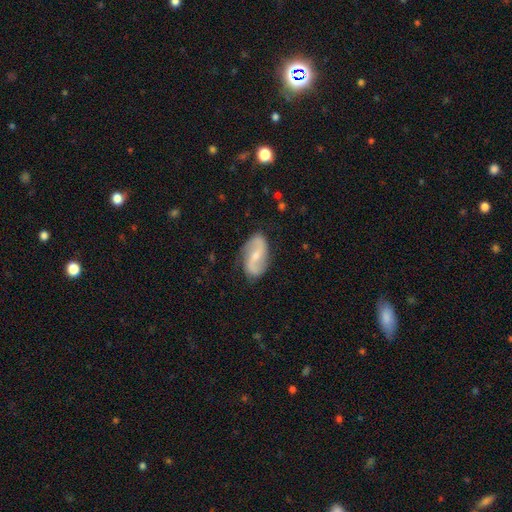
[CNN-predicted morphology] A featured or disk galaxy (82%) with a weak bar (43%), 2 (92%) loose (58%) spiral arms (94%) and a small central bulge (58%).

Vote fractions:
- Smooth or featured? featured or disk: 82% / smooth: 13% / star or artifact: 5%
- Edge-on disk? no: 96% / yes: 4%
- Bar? weak: 43% / no: 32% / strong: 25%
- Spiral arms? yes: 94% / no: 6%
- Spiral winding? loose: 58% / medium: 31% / tight: 11%
- Spiral arm count? 2: 92% / can't tell: 3% / 1: 2% / 3: 1% / 4: 1% / more than 4: 1%
- Bulge size? small: 58% / moderate: 37% / none: 3% / large: 1% / dominant: 1%
- Merging? none: 82% / minor disturbance: 13% / major disturbance: 3% / merger: 1%